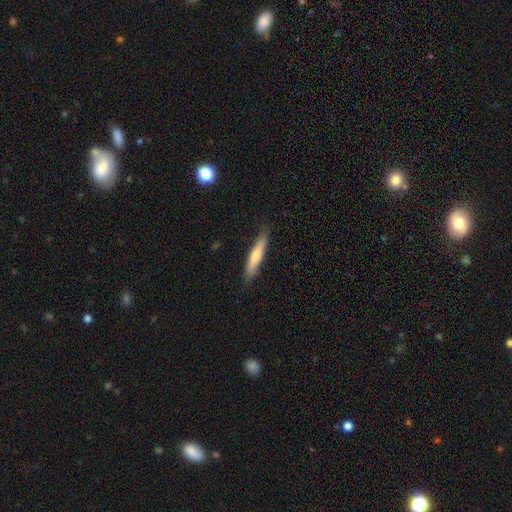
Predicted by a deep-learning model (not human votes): A smooth galaxy with no disk features (61%) that is cigar-shaped (91%). Merging: none (87%).